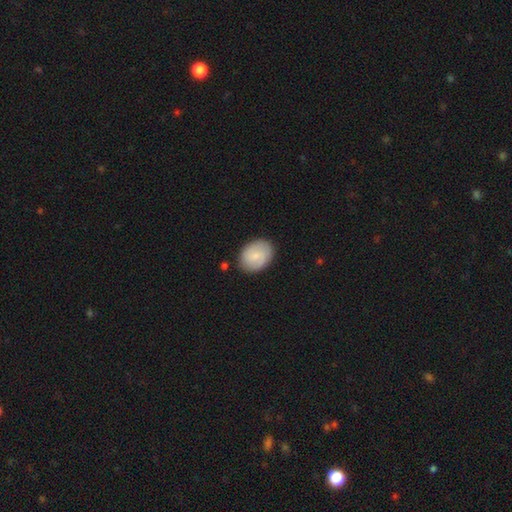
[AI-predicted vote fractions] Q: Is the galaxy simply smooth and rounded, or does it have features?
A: smooth — 69%.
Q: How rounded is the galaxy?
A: in between — 68%.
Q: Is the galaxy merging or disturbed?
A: none — 83%.